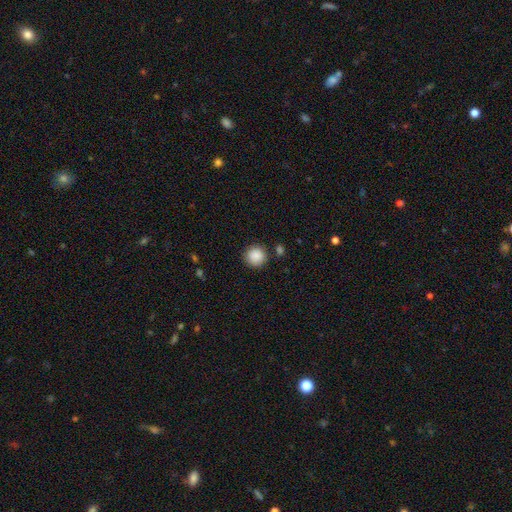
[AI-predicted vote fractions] smooth_or_featured: smooth (p=0.89) [alt: star or artifact p=0.08]
how_rounded: round (p=0.94) [alt: in between p=0.05]
merging: none (p=0.87) [alt: minor disturbance p=0.07]